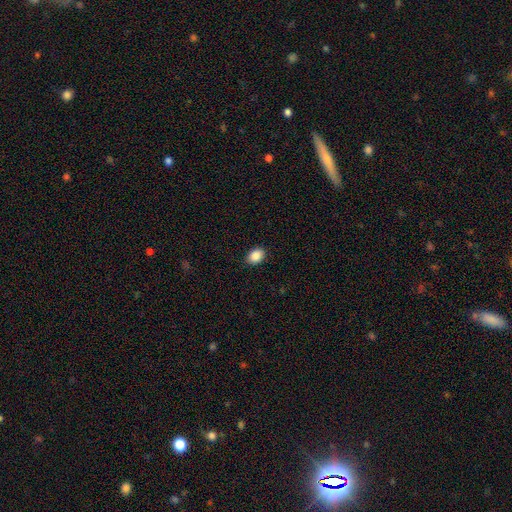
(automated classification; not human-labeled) Smooth or featured? Predicted: smooth (p=0.88). How rounded? Predicted: in between (p=0.72). Merging? Predicted: none (p=0.89).